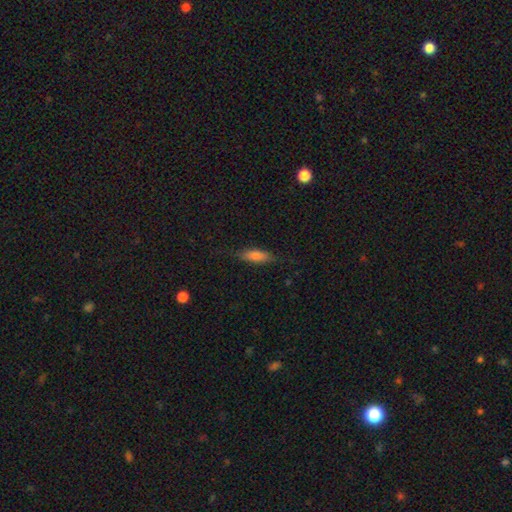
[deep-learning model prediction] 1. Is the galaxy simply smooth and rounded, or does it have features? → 75% smooth, 18% featured or disk, 7% star or artifact.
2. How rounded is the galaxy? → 54% in between, 44% cigar-shaped, 2% round.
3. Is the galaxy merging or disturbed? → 78% none, 17% minor disturbance, 4% major disturbance, 1% merger.